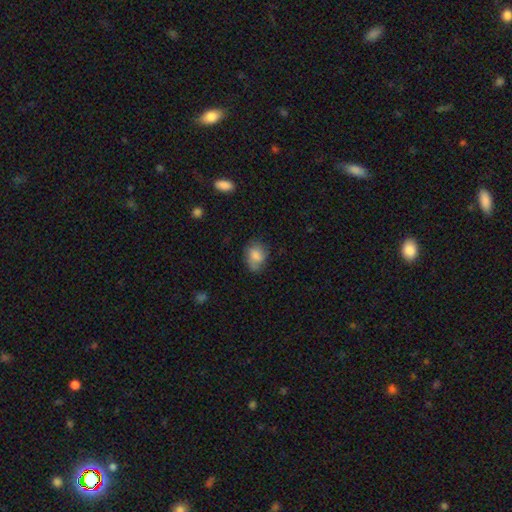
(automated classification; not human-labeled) The model was most divided on "how rounded": in between: 61%, round: 37%, cigar-shaped: 1%. More confident: smooth or featured — smooth (77%); merging — none (59%).